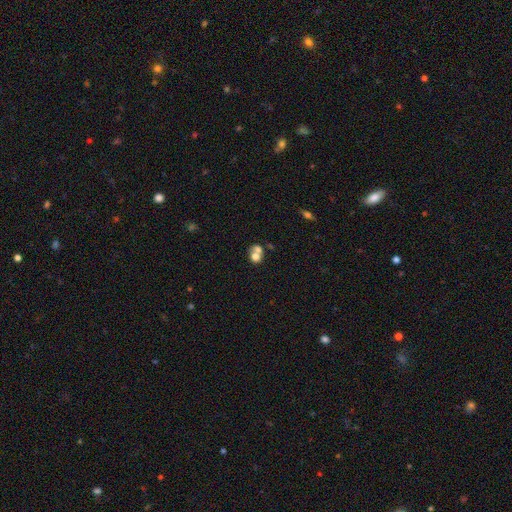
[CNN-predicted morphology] Overall: smooth (66%). How rounded: round (65%; in between 34%). Merging: merger (61%; none 28%).